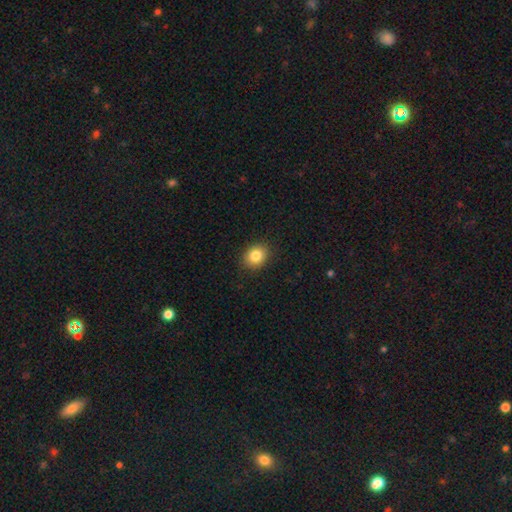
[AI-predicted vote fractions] Smooth or featured? smooth (84%)
How rounded? round (53%)
Merging? none (89%)